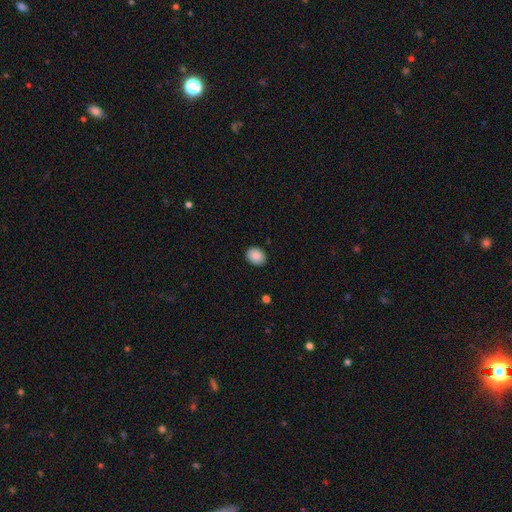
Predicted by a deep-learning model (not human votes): This appears to be a smooth galaxy with no disk features (88%) that is in between round and cigar-shaped (56%). Merging: none (89%).